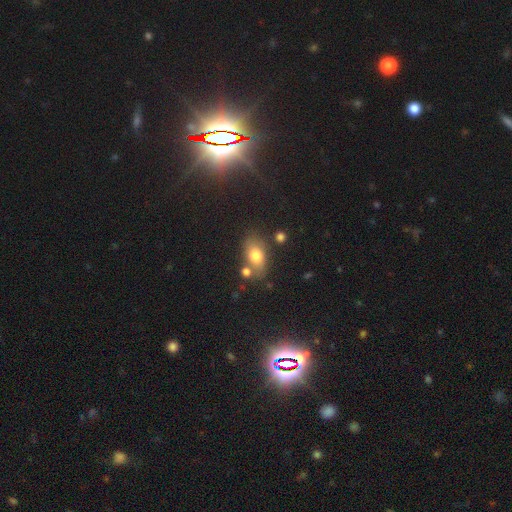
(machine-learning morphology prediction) A smooth galaxy with no disk features (75%) that is in between round and cigar-shaped (83%).

Vote fractions:
- Smooth or featured? smooth: 75% / featured or disk: 14% / star or artifact: 11%
- How rounded? in between: 83% / round: 14% / cigar-shaped: 3%
- Merging? none: 64% / minor disturbance: 16% / merger: 15% / major disturbance: 5%